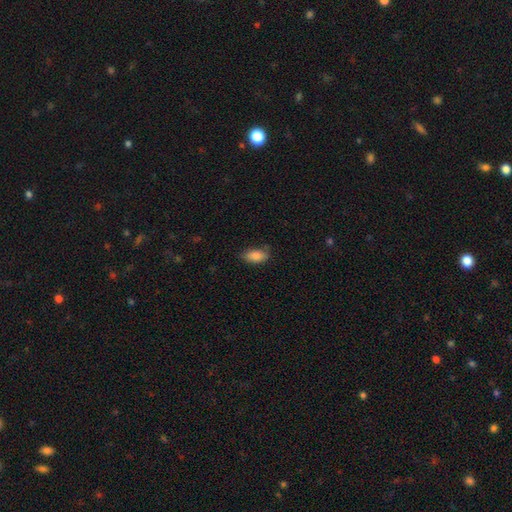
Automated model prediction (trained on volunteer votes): smooth_or_featured: smooth (p=0.86) [alt: star or artifact p=0.08]
how_rounded: in between (p=0.91) [alt: round p=0.05]
merging: none (p=0.72) [alt: minor disturbance p=0.22]